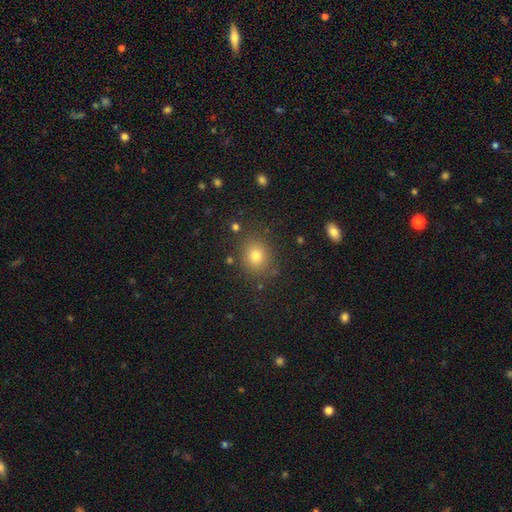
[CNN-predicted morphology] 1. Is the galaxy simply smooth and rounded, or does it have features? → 78% smooth, 14% star or artifact, 8% featured or disk.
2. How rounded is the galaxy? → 70% round, 29% in between, 1% cigar-shaped.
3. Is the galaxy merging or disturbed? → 83% none, 11% minor disturbance, 4% major disturbance, 3% merger.